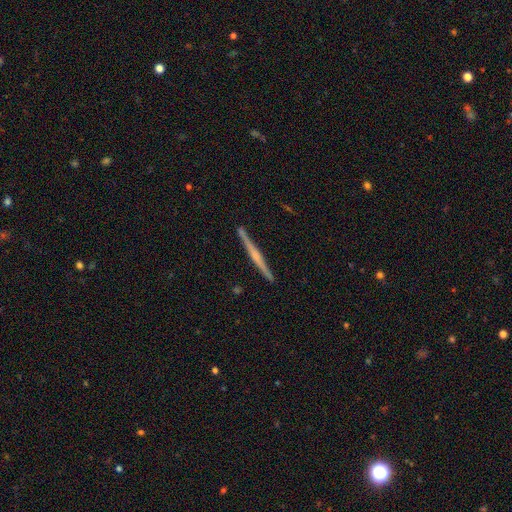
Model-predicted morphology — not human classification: type=featured or disk (70%); edge-on=yes (98%); edge-on bulge=rounded (50%); merging=none (91%).